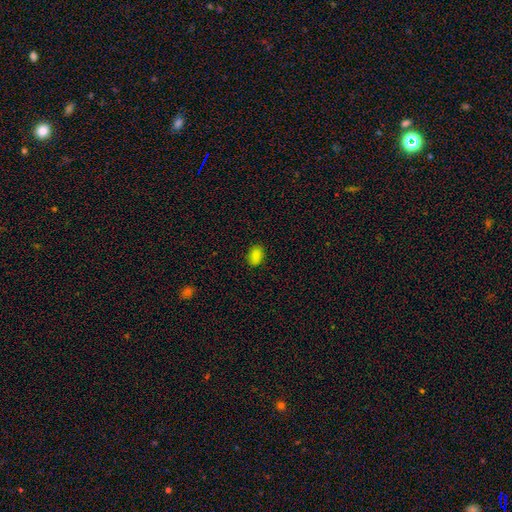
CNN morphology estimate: Smooth or featured? smooth (85%)
How rounded? in between (84%)
Merging? none (86%)